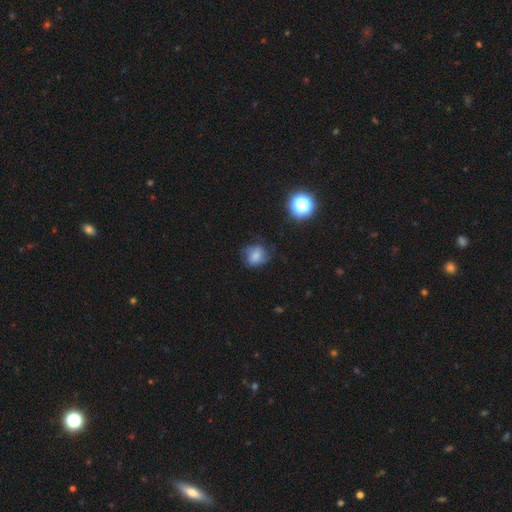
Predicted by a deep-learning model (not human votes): Q: Smooth or featured?
A: smooth (56%); runner-up: featured or disk (31%)
Q: How rounded?
A: round (59%); runner-up: in between (40%)
Q: Merging?
A: none (59%); runner-up: minor disturbance (26%)